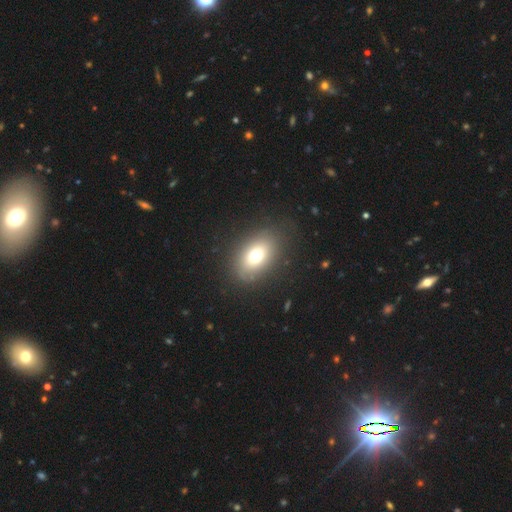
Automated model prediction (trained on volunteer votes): Smooth or featured: smooth — 72% (featured or disk — 16%)
How rounded: in between — 79% (round — 19%)
Merging: none — 82% (minor disturbance — 11%)